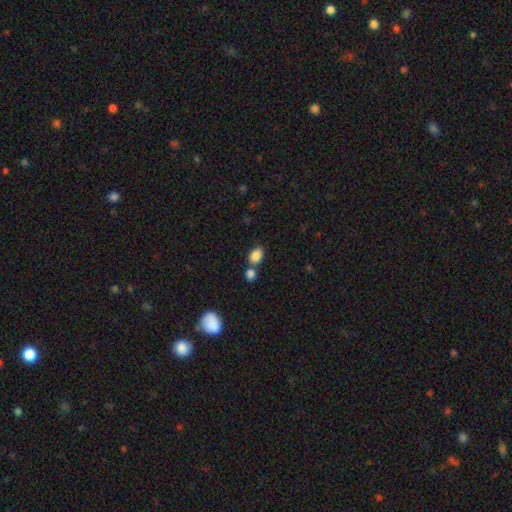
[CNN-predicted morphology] smooth 86%, star or artifact 9%, featured or disk 5%. Down the decision tree: how rounded — in between (77%); merging — none (55%).